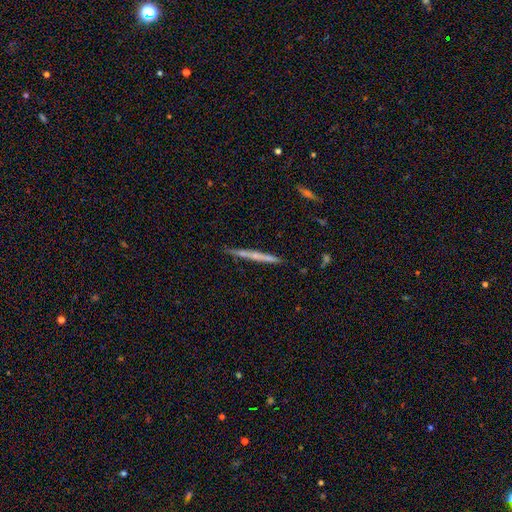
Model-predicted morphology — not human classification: Smooth or featured: featured or disk — 51% (smooth — 43%)
Edge-on disk: yes — 96% (no — 4%)
Merging: none — 86% (minor disturbance — 10%)